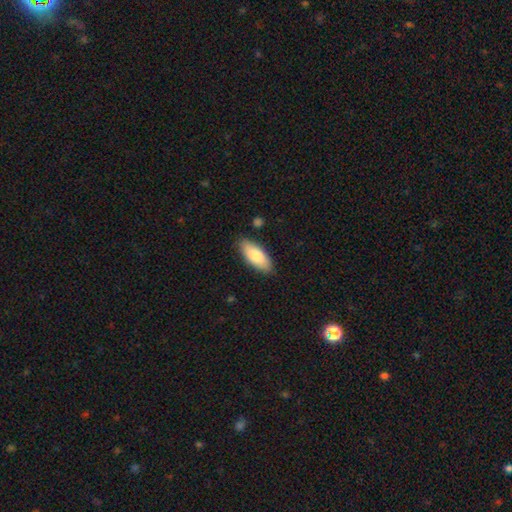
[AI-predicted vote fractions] Smooth or featured? smooth (81%)
How rounded? in between (82%)
Merging? none (86%)